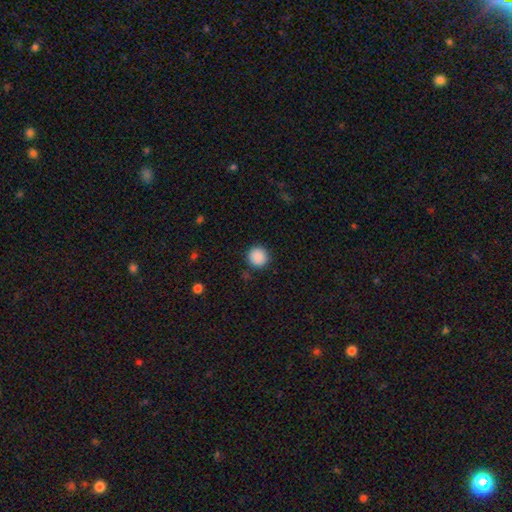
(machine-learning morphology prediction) smooth-or-featured: smooth: 89% | star or artifact: 9% | featured or disk: 2%
  how-rounded: round: 94% | in between: 5% | cigar-shaped: 1%
  merging: none: 90% | minor disturbance: 7% | major disturbance: 2% | merger: 1%